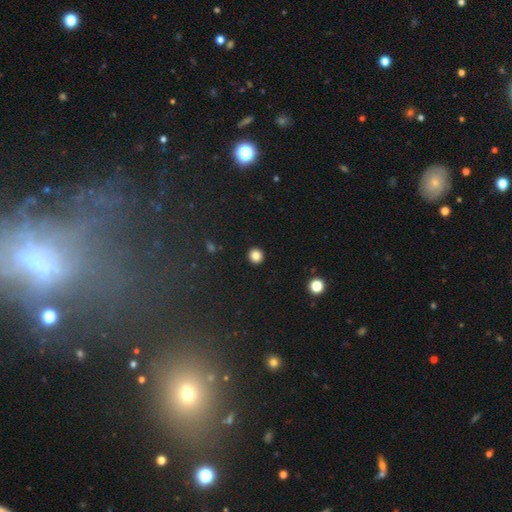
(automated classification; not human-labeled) smooth-or-featured: smooth: 84% | star or artifact: 11% | featured or disk: 4%
  how-rounded: round: 94% | in between: 5% | cigar-shaped: 1%
  merging: none: 93% | minor disturbance: 4% | major disturbance: 2% | merger: 1%